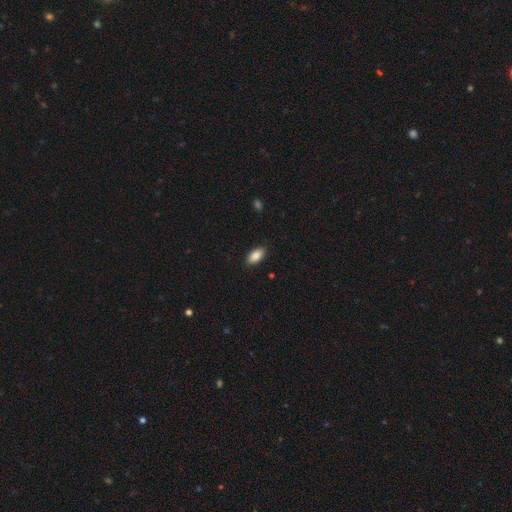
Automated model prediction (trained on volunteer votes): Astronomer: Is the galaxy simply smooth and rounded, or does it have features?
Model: smooth — 86%.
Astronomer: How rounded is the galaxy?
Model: in between — 93%.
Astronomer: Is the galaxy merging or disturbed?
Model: none — 89%.